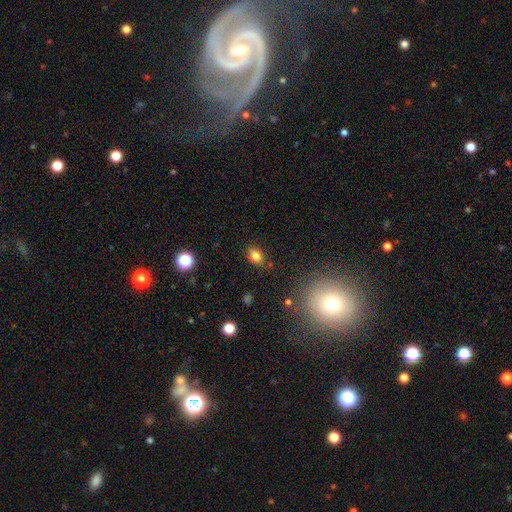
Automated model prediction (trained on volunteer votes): Morphology: type=smooth (81%); roundness=in between (75%); merging=none (83%).